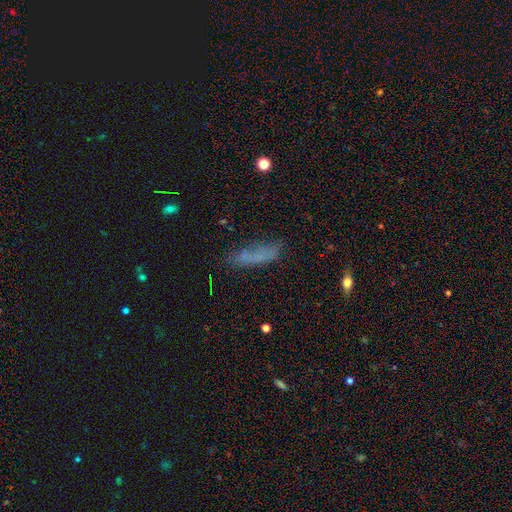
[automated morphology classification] The model was most divided on "merging": none: 56%, minor disturbance: 27%, major disturbance: 13%, merger: 4%. More confident: how rounded — cigar-shaped (64%); smooth or featured — smooth (64%).